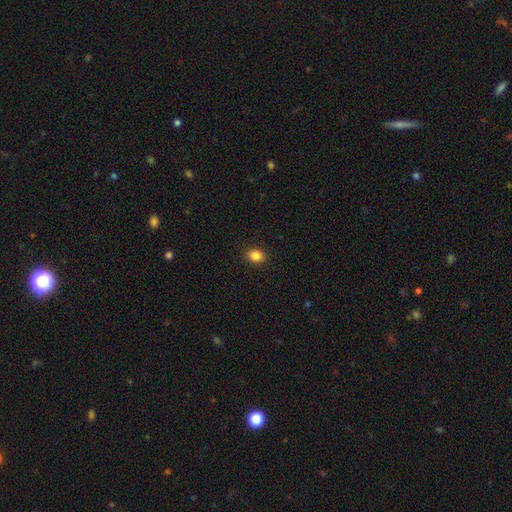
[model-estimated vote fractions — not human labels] A smooth galaxy with no disk features (85%) that is round (56%).

Vote fractions:
- Smooth or featured? smooth: 85% / star or artifact: 11% / featured or disk: 4%
- How rounded? round: 56% / in between: 43% / cigar-shaped: 1%
- Merging? none: 91% / minor disturbance: 6% / major disturbance: 2% / merger: 1%